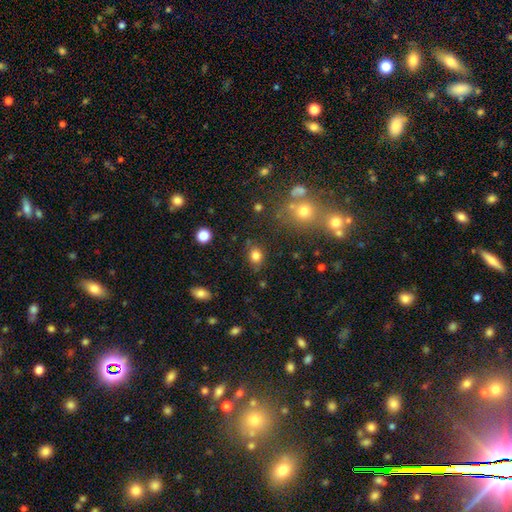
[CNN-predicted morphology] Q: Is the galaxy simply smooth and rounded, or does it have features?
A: smooth — 82%.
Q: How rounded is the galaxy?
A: round — 53%.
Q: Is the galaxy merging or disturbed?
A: none — 79%.